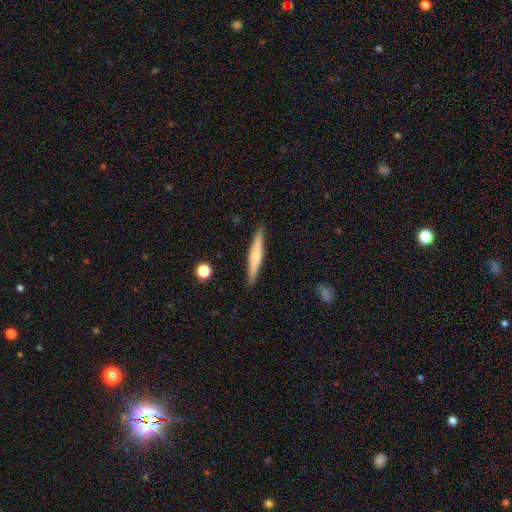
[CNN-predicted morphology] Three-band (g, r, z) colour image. It shows a featured or disk galaxy (49%). Merging: none (90%).